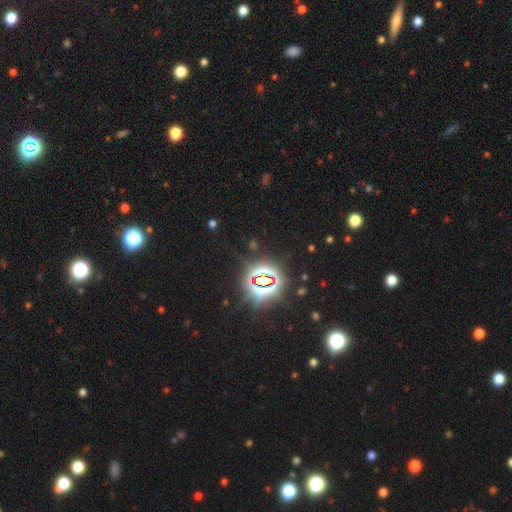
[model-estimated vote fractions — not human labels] Q: Smooth or featured?
A: star or artifact (82%); runner-up: smooth (11%)